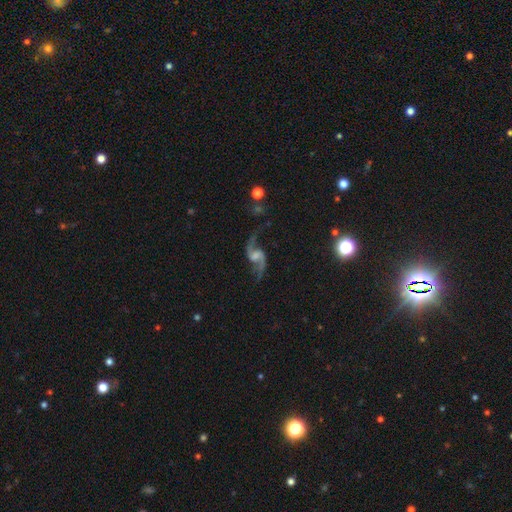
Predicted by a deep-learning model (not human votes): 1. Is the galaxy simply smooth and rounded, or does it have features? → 91% featured or disk, 5% star or artifact, 4% smooth.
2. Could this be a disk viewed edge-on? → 98% no, 2% yes.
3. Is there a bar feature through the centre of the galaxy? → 50% weak, 33% no, 17% strong.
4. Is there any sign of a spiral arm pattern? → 97% yes, 3% no.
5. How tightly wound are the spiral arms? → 81% loose, 16% medium, 3% tight.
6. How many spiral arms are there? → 94% 2, 2% 1, 1% can't tell, 1% 3, 1% 4, 1% more than 4.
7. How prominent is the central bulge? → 37% none, 30% small, 25% moderate, 7% large, 2% dominant.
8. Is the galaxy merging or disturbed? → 72% none, 15% minor disturbance, 10% major disturbance, 4% merger.